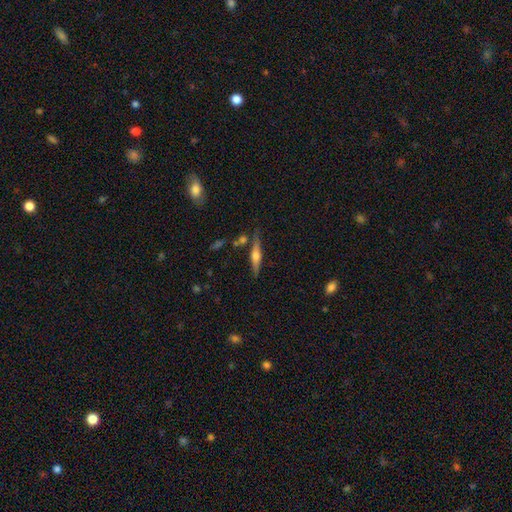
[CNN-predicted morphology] Smooth or featured? Predicted: featured or disk (p=0.67). Edge-on disk? Predicted: yes (p=0.97). Edge-on bulge? Predicted: rounded (p=0.89). Merging? Predicted: none (p=0.79).